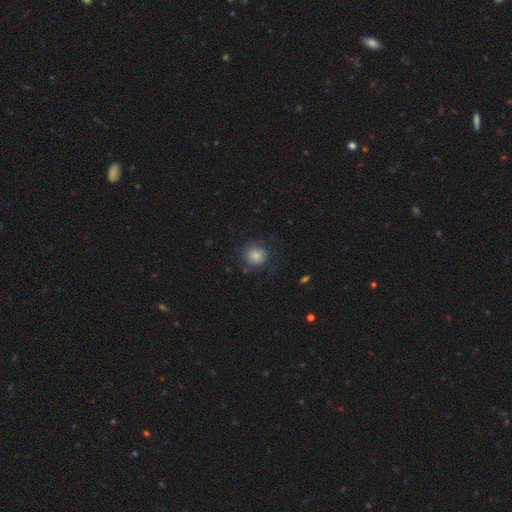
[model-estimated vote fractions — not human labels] A smooth galaxy with no disk features (77%) that is round (87%).

Vote fractions:
- Smooth or featured? smooth: 77% / featured or disk: 13% / star or artifact: 10%
- How rounded? round: 87% / in between: 12% / cigar-shaped: 1%
- Merging? none: 74% / minor disturbance: 16% / major disturbance: 9% / merger: 2%